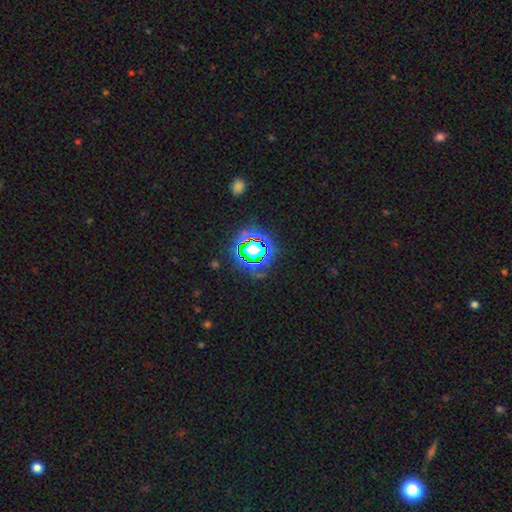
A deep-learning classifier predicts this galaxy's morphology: Smooth or featured?
  - star or artifact: 73% *
  - smooth: 17%
  - featured or disk: 9%